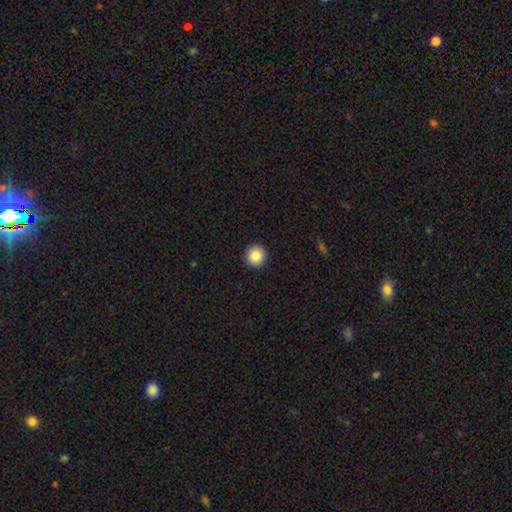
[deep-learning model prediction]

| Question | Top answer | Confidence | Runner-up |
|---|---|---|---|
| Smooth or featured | smooth | 85% | star or artifact (9%) |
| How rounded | round | 95% | in between (5%) |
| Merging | none | 93% | minor disturbance (4%) |